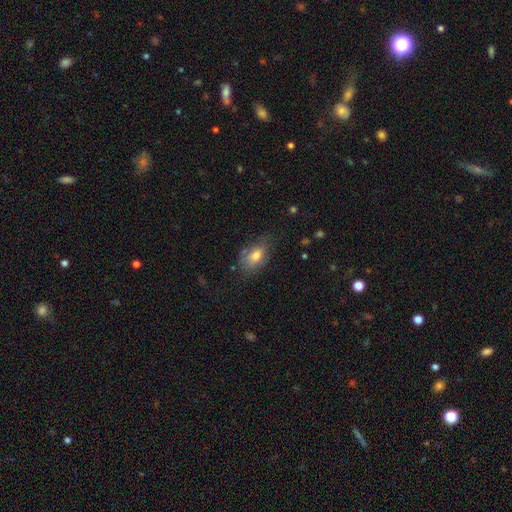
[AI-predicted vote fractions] A smooth galaxy with no disk features (73%) that is in between round and cigar-shaped (87%).

Vote fractions:
- Smooth or featured? smooth: 73% / featured or disk: 18% / star or artifact: 8%
- How rounded? in between: 87% / round: 10% / cigar-shaped: 3%
- Merging? none: 61% / minor disturbance: 27% / major disturbance: 9% / merger: 3%